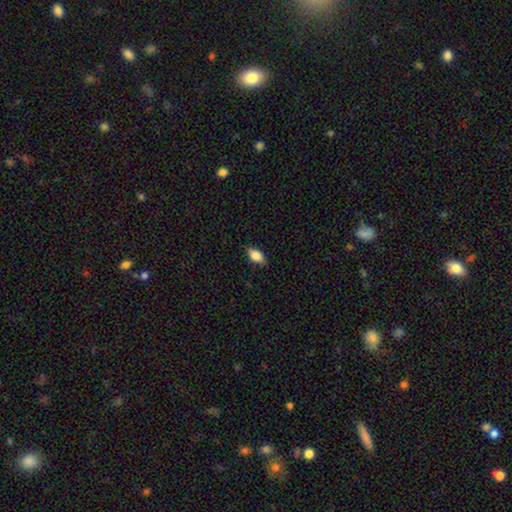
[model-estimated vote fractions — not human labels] Q: Smooth or featured?
A: smooth (84%); runner-up: featured or disk (9%)
Q: How rounded?
A: in between (89%); runner-up: round (6%)
Q: Merging?
A: none (83%); runner-up: minor disturbance (13%)